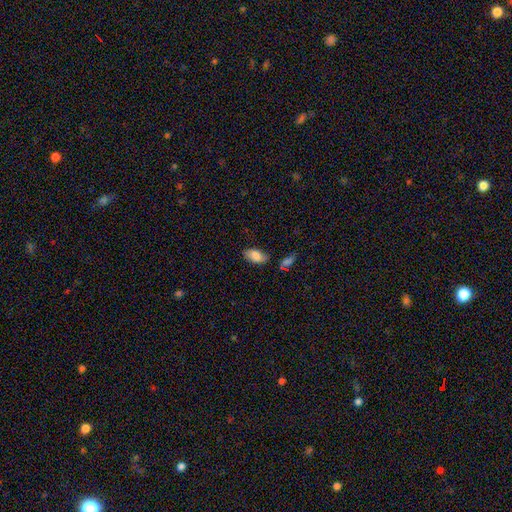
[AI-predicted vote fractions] smooth_or_featured: smooth (p=0.78) [alt: featured or disk p=0.15]
how_rounded: in between (p=0.92) [alt: cigar-shaped p=0.04]
merging: none (p=0.74) [alt: minor disturbance p=0.18]